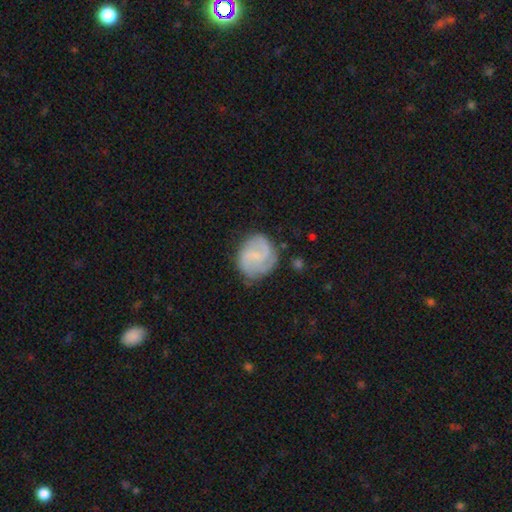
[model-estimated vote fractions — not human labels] A featured or disk galaxy (70%) with no bar (51%), 2 (45%) medium (47%) spiral arms (93%) and a small central bulge (62%).

Vote fractions:
- Smooth or featured? featured or disk: 70% / smooth: 24% / star or artifact: 6%
- Edge-on disk? no: 98% / yes: 2%
- Bar? no: 51% / weak: 42% / strong: 7%
- Spiral arms? yes: 93% / no: 7%
- Spiral winding? medium: 47% / tight: 33% / loose: 20%
- Spiral arm count? 2: 45% / 3: 27% / can't tell: 17% / 4: 4% / 1: 4% / more than 4: 3%
- Bulge size? small: 62% / none: 24% / moderate: 13% / large: 1% / dominant: 1%
- Merging? none: 71% / minor disturbance: 20% / major disturbance: 7% / merger: 2%